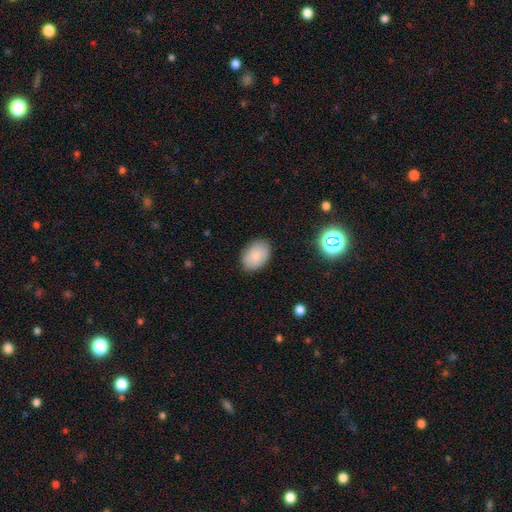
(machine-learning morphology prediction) This is clearly a smooth galaxy (84%). How rounded: clearly in between (83%). Merging: clearly none (85%).